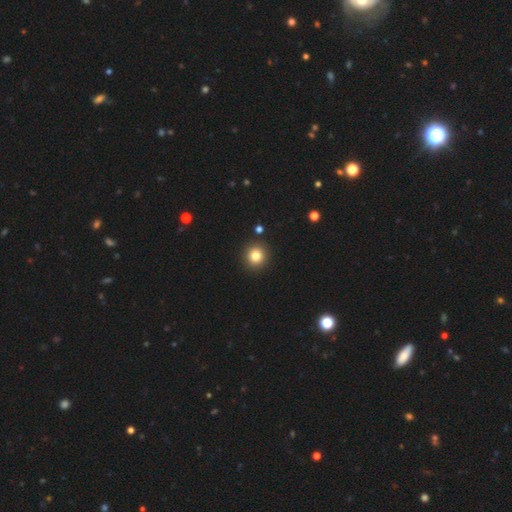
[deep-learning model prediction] smooth 82%, star or artifact 12%, featured or disk 6%. Down the decision tree: how rounded — round (92%); merging — none (91%).